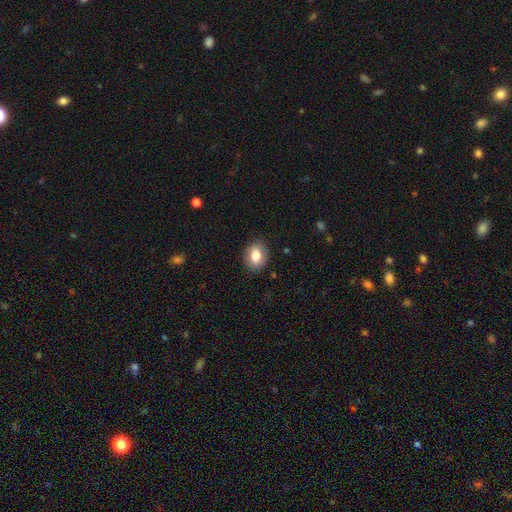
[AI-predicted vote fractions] Smooth or featured? Predicted: smooth (p=0.80). How rounded? Predicted: in between (p=0.68). Merging? Predicted: none (p=0.86).